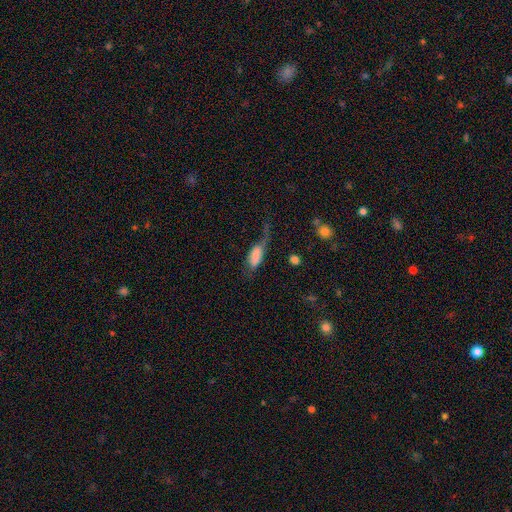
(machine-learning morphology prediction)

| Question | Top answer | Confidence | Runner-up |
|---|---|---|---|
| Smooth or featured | smooth | 70% | featured or disk (22%) |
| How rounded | in between | 84% | cigar-shaped (12%) |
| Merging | major disturbance | 47% | minor disturbance (26%) |